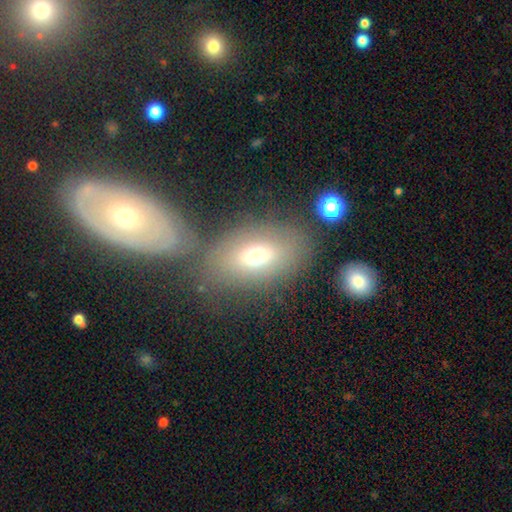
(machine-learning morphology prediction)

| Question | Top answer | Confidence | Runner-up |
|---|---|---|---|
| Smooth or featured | smooth | 60% | featured or disk (30%) |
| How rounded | in between | 88% | round (7%) |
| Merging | none | 57% | merger (23%) |